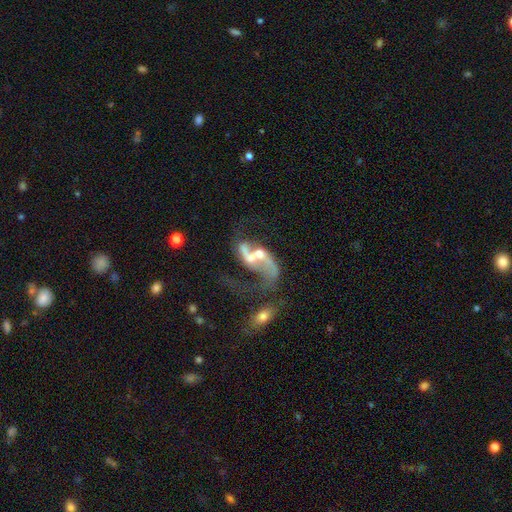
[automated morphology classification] This is likely a featured or disk galaxy (77%). It is clearly not viewed edge-on (96%). Bar: possibly no (54%). Spiral arm pattern: likely yes (73%). Spiral arm count: likely 2 (68%). Spiral winding: clearly loose (81%). Central bulge: possibly moderate (47%). Merging: possibly merger (49%).